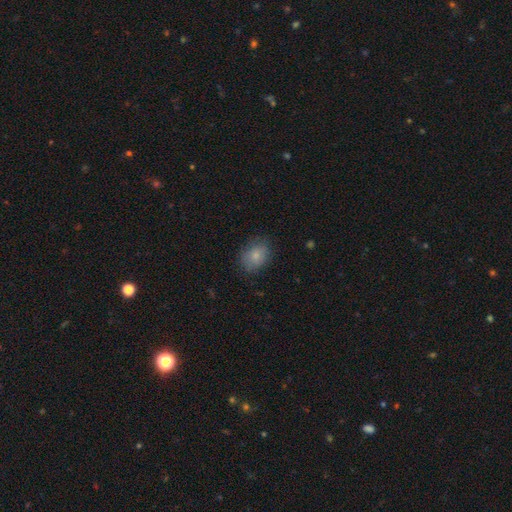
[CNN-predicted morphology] type=smooth (82%); roundness=in between (58%); merging=none (76%).